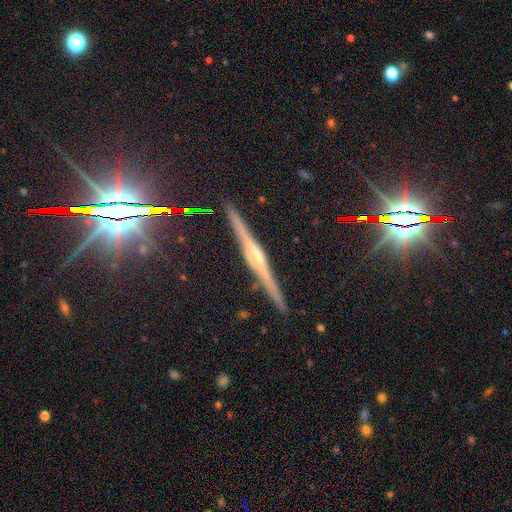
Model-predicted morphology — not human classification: Smooth or featured: featured or disk — 74% (star or artifact — 15%)
Edge-on disk: yes — 98% (no — 2%)
Edge-on bulge: rounded — 60% (boxy — 21%)
Merging: none — 91% (minor disturbance — 6%)